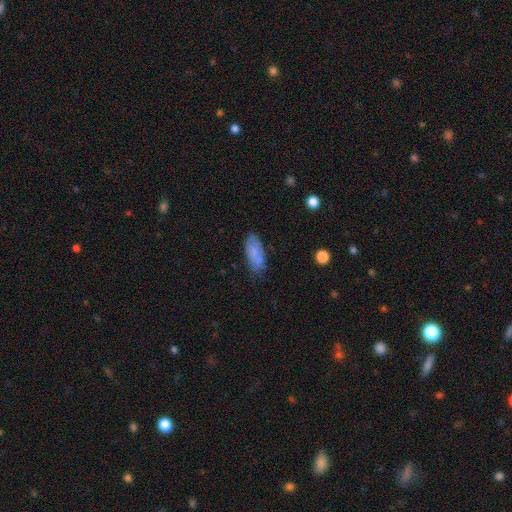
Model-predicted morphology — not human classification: Smooth or featured: smooth — 74% (featured or disk — 19%)
How rounded: in between — 85% (cigar-shaped — 12%)
Merging: none — 69% (minor disturbance — 22%)